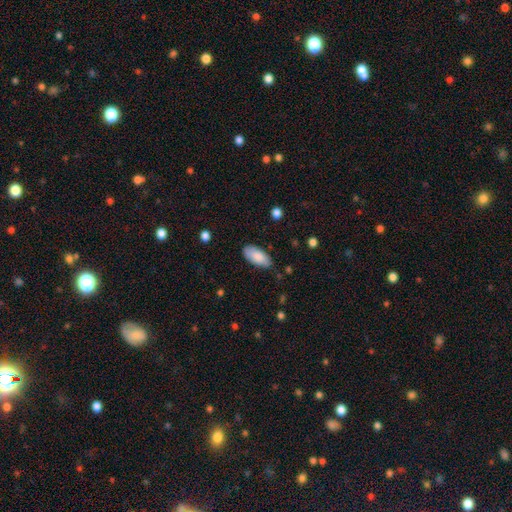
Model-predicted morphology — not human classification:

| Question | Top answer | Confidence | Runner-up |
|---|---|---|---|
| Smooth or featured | smooth | 85% | featured or disk (9%) |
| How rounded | in between | 93% | cigar-shaped (6%) |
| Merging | none | 78% | minor disturbance (17%) |